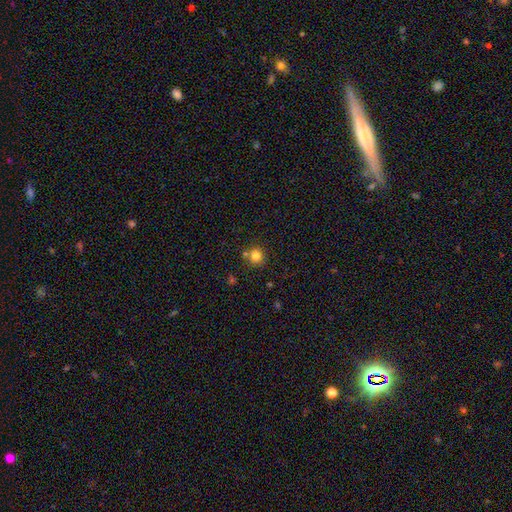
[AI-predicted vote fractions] Smooth or featured?
  - smooth: 80% *
  - star or artifact: 13%
  - featured or disk: 7%
How rounded?
  - round: 91% *
  - in between: 8%
  - cigar-shaped: 1%
Merging?
  - none: 71% *
  - merger: 16%
  - minor disturbance: 9%
  - major disturbance: 3%